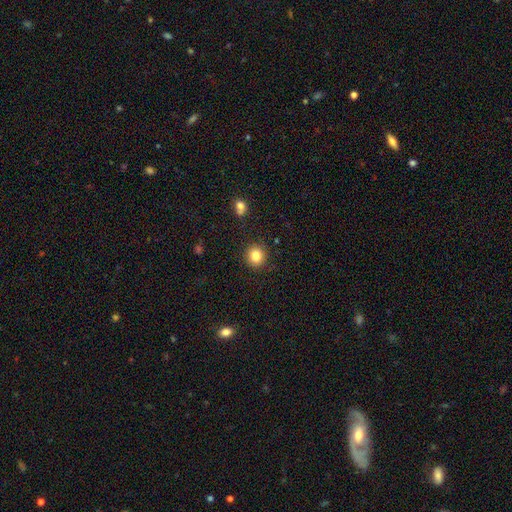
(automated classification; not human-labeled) Overall: smooth (83%). How rounded: round (89%). Merging: none (90%).